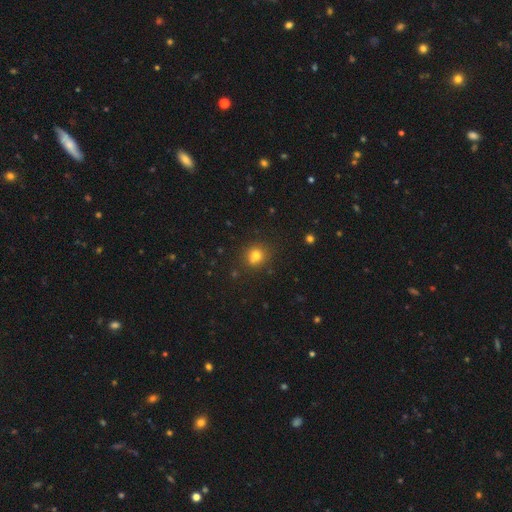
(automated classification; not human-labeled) This is likely a smooth galaxy (76%). How rounded: clearly round (83%). Merging: likely none (76%).